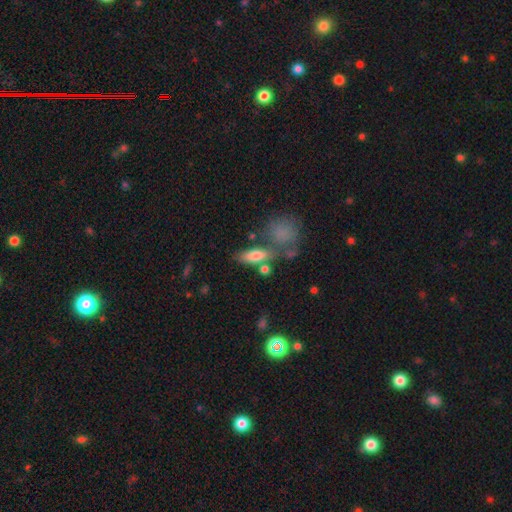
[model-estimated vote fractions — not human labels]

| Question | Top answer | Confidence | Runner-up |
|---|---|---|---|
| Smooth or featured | smooth | 75% | featured or disk (17%) |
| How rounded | in between | 64% | cigar-shaped (31%) |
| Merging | none | 59% | merger (18%) |